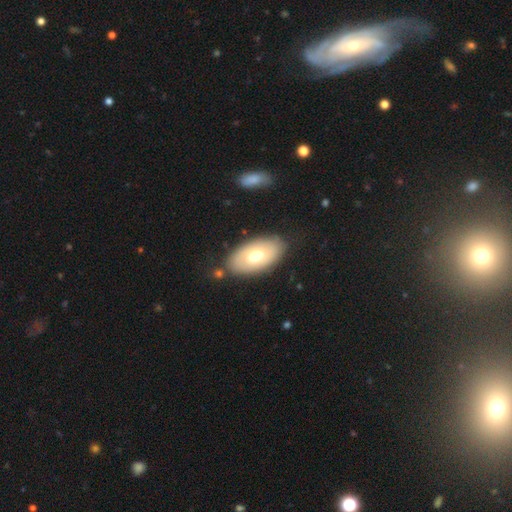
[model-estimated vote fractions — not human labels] A smooth galaxy with no disk features (60%) that is in between round and cigar-shaped (94%). Merging: none (80%).